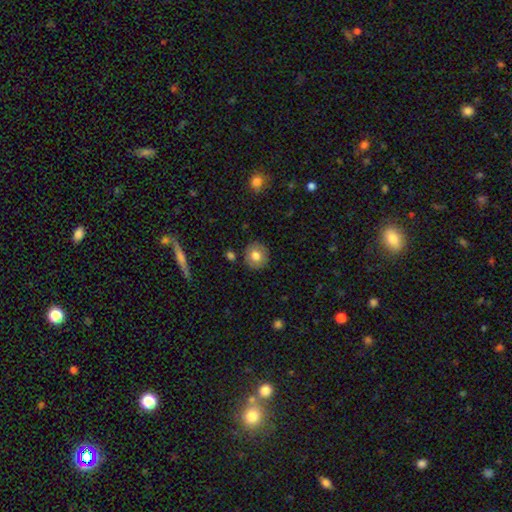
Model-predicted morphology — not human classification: Overall: smooth (75%). How rounded: round (88%). Merging: none (86%).